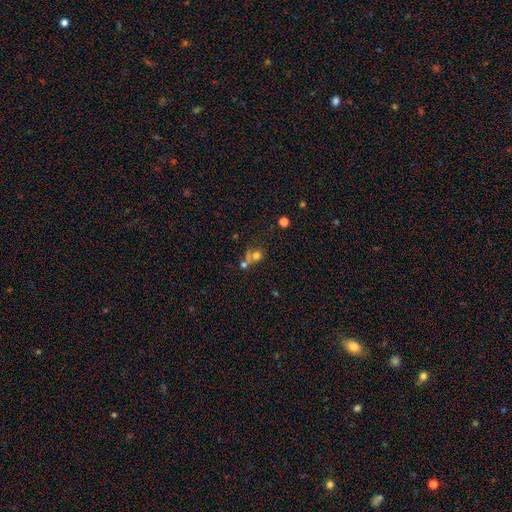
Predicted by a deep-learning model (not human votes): smooth_or_featured: smooth (p=0.65) [alt: star or artifact p=0.18]
how_rounded: round (p=0.78) [alt: in between p=0.21]
merging: merger (p=0.48) [alt: none p=0.35]